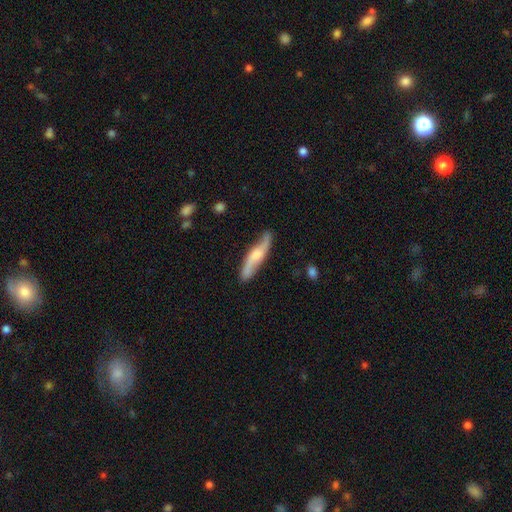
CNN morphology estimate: This appears to be a featured or disk galaxy (67%). Merging: none (77%).